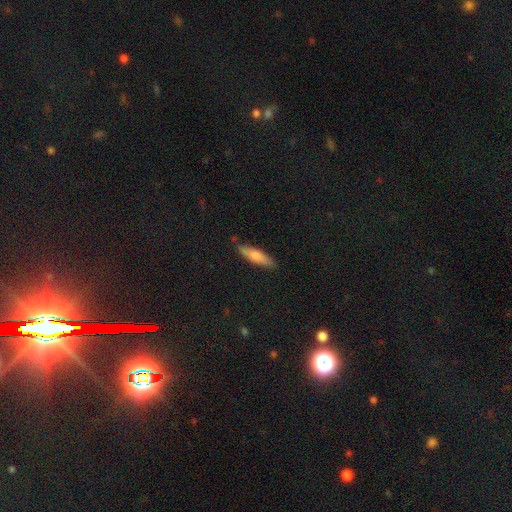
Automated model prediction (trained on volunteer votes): This is likely a smooth galaxy (71%). How rounded: likely cigar-shaped (68%). Merging: clearly none (81%).